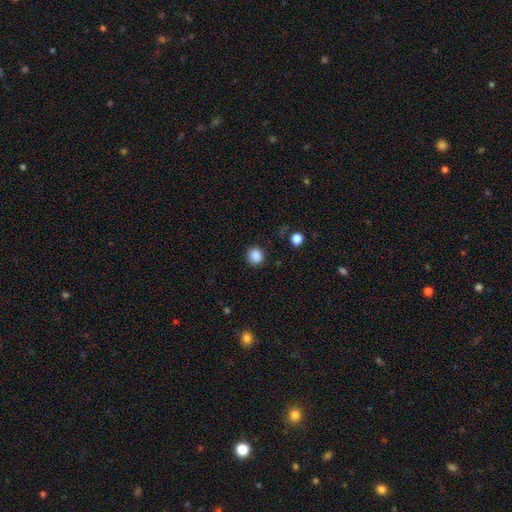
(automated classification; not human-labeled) The model was most divided on "smooth or featured": smooth: 87%, star or artifact: 10%, featured or disk: 3%. More confident: how rounded — round (89%); merging — none (88%).